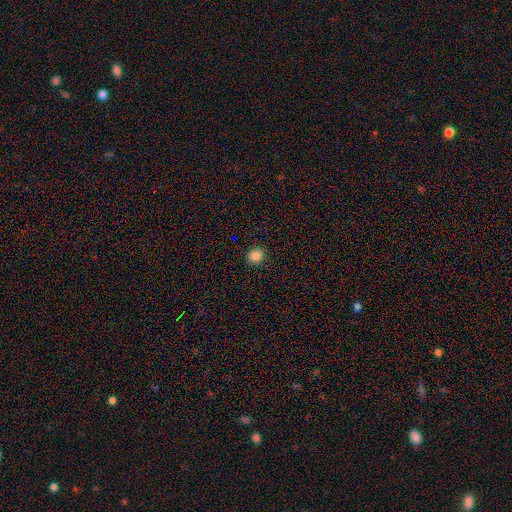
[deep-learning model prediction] Overall: smooth (85%). How rounded: round (91%). Merging: none (91%).